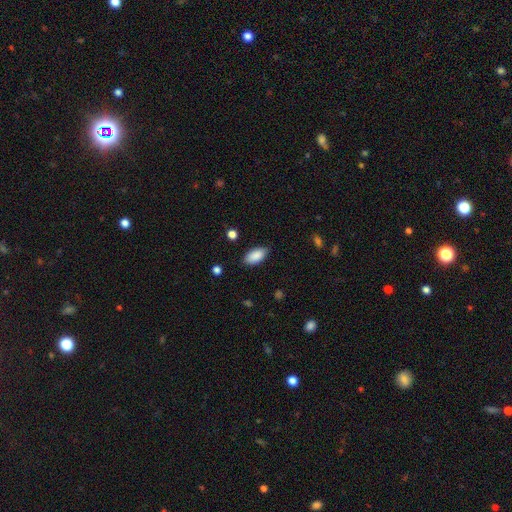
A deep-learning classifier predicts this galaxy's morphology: Smooth or featured?
  - smooth: 89% *
  - star or artifact: 7%
  - featured or disk: 5%
How rounded?
  - in between: 93% *
  - cigar-shaped: 5%
  - round: 3%
Merging?
  - none: 83% *
  - minor disturbance: 13%
  - major disturbance: 3%
  - merger: 1%